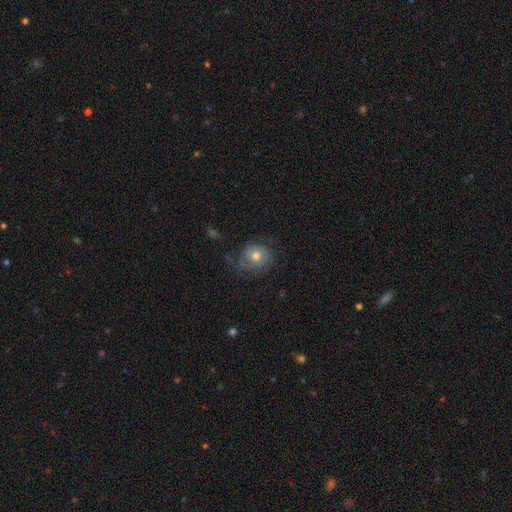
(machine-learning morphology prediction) This appears to be a smooth galaxy with no disk features (61%) that is round (83%). Merging: none (61%).